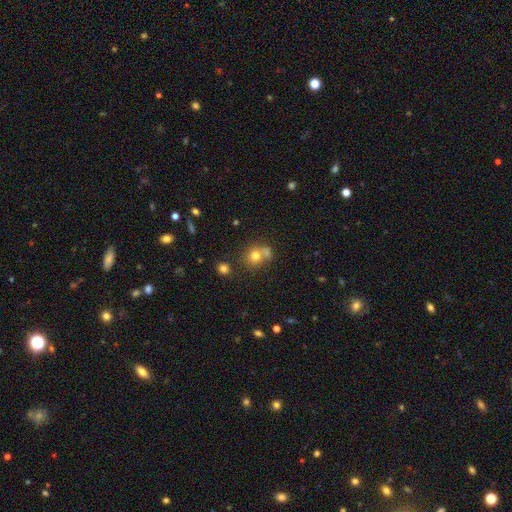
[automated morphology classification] A smooth galaxy with no disk features (74%) that is round (81%). Merging: none (50%).